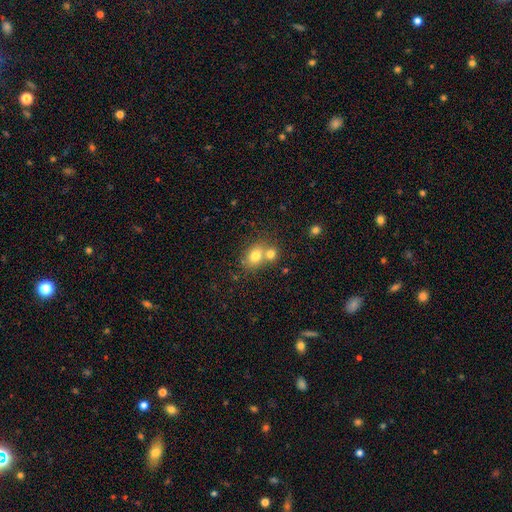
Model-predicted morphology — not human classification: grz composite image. It shows a smooth galaxy with no disk features (76%) that is in between round and cigar-shaped (53%). Merging: merger (47%).